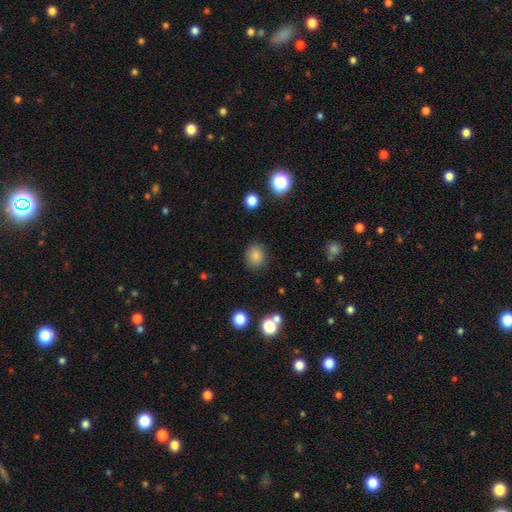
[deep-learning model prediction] Overall: smooth (83%). How rounded: round (66%; in between 33%). Merging: none (85%).